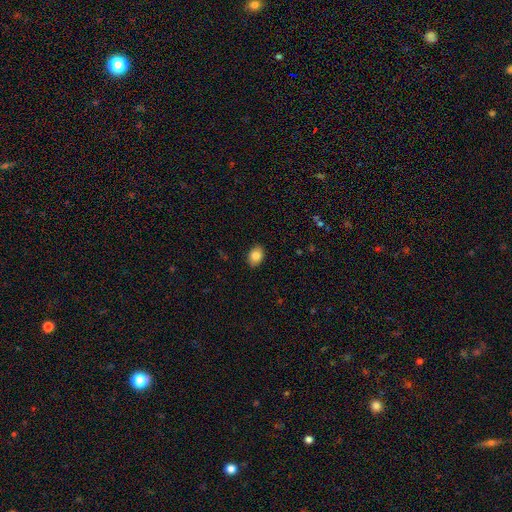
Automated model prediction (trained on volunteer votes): This is clearly a smooth galaxy (85%). How rounded: likely in between (75%). Merging: clearly none (88%).